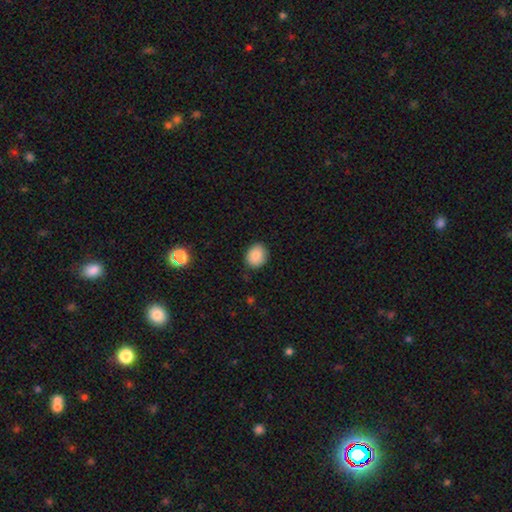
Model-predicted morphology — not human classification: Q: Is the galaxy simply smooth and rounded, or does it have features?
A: smooth — 88%.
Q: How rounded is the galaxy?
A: round — 66%.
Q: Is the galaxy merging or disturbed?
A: none — 85%.